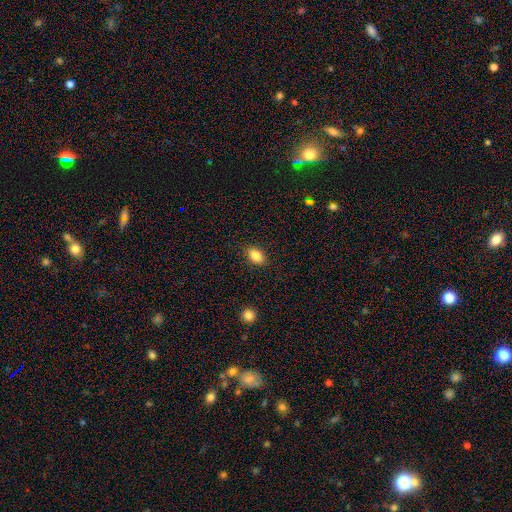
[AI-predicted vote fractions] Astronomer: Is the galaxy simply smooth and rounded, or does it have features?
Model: smooth — 85%.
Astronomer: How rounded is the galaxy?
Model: in between — 85%.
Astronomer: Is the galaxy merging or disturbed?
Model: none — 87%.